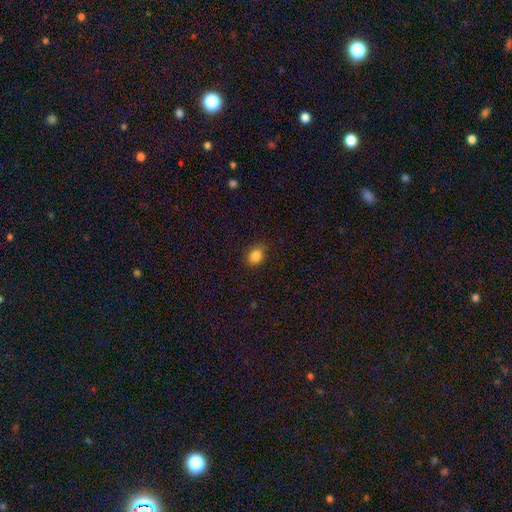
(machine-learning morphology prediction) A smooth galaxy with no disk features (85%) that is in between round and cigar-shaped (51%).

Vote fractions:
- Smooth or featured? smooth: 85% / star or artifact: 11% / featured or disk: 4%
- How rounded? in between: 51% / round: 48% / cigar-shaped: 1%
- Merging? none: 81% / minor disturbance: 15% / major disturbance: 3% / merger: 1%